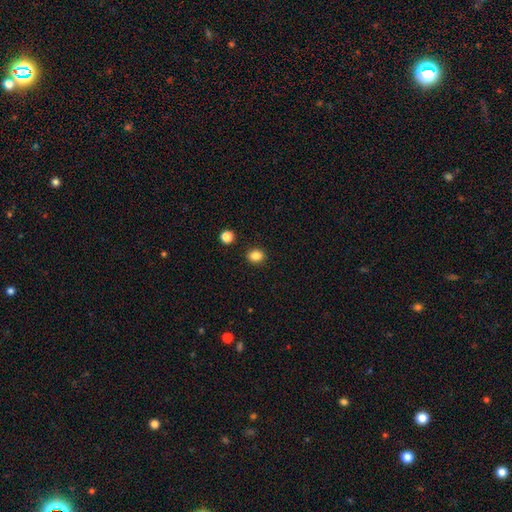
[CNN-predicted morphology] Q: Smooth or featured?
A: smooth (85%); runner-up: star or artifact (11%)
Q: How rounded?
A: round (56%); runner-up: in between (43%)
Q: Merging?
A: none (89%); runner-up: minor disturbance (6%)